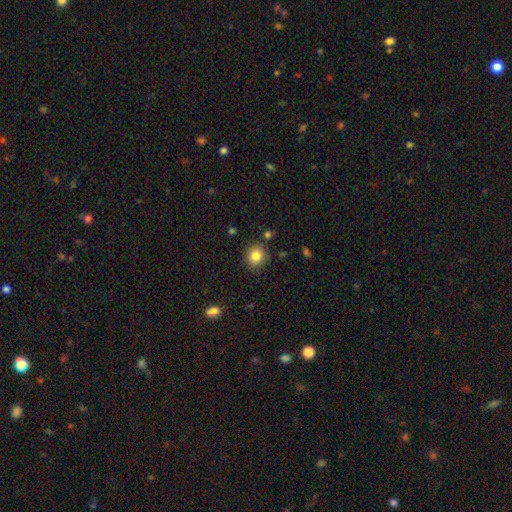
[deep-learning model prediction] A smooth galaxy with no disk features (83%) that is round (83%).

Vote fractions:
- Smooth or featured? smooth: 83% / star or artifact: 10% / featured or disk: 7%
- How rounded? round: 83% / in between: 16% / cigar-shaped: 1%
- Merging? none: 86% / minor disturbance: 9% / merger: 3% / major disturbance: 2%